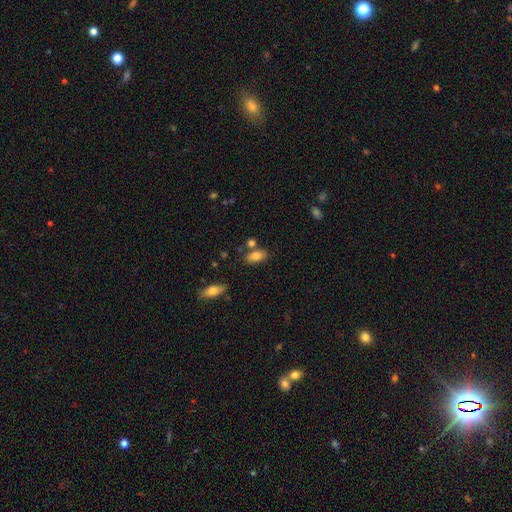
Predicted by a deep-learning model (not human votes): smooth_or_featured: smooth (p=0.83) [alt: featured or disk p=0.09]
how_rounded: in between (p=0.90) [alt: cigar-shaped p=0.05]
merging: none (p=0.68) [alt: merger p=0.14]